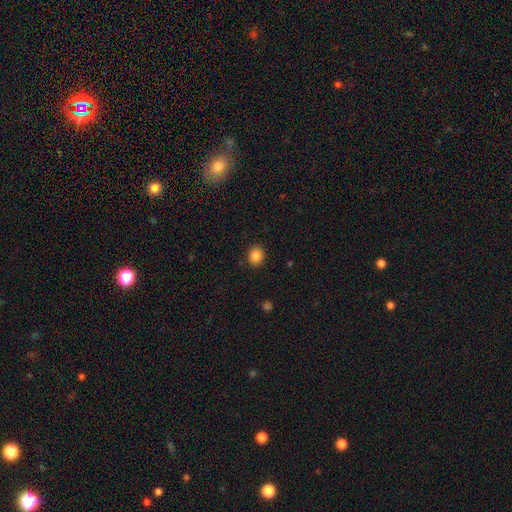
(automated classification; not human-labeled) The model was most divided on "how rounded": round: 65%, in between: 34%, cigar-shaped: 1%. More confident: merging — none (90%); smooth or featured — smooth (86%).